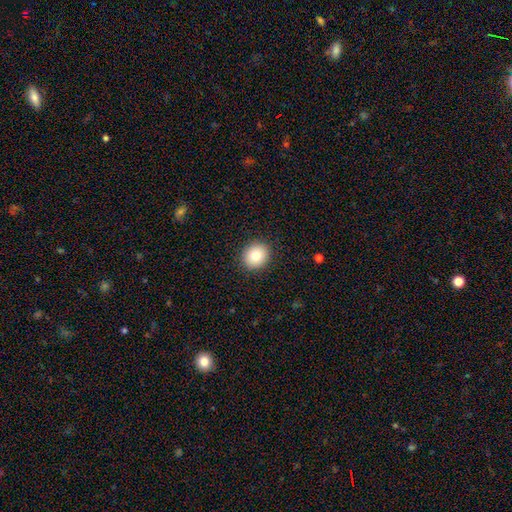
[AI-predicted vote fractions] This appears to be a smooth galaxy with no disk features (82%) that is round (79%). Merging: none (91%).